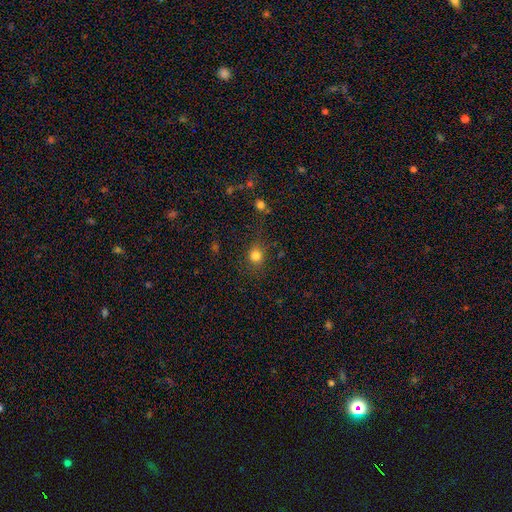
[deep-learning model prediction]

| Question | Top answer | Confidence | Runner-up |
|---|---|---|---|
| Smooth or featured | smooth | 80% | star or artifact (14%) |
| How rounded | round | 78% | in between (21%) |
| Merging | none | 77% | minor disturbance (13%) |